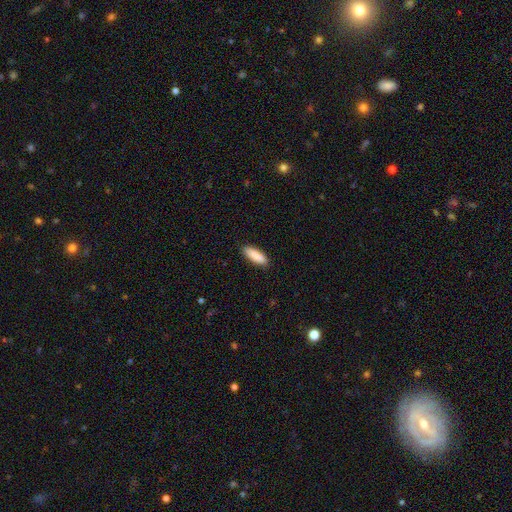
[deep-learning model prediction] Smooth or featured? Predicted: smooth (p=0.89). How rounded? Predicted: in between (p=0.51). Merging? Predicted: none (p=0.90).